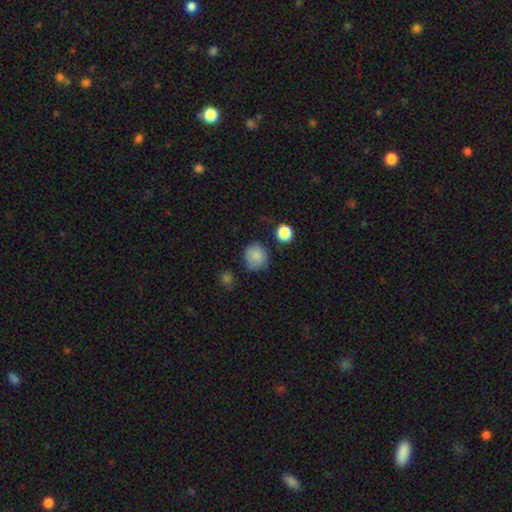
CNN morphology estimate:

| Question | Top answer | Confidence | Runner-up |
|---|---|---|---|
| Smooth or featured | smooth | 82% | star or artifact (9%) |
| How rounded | round | 86% | in between (13%) |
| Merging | none | 71% | minor disturbance (20%) |